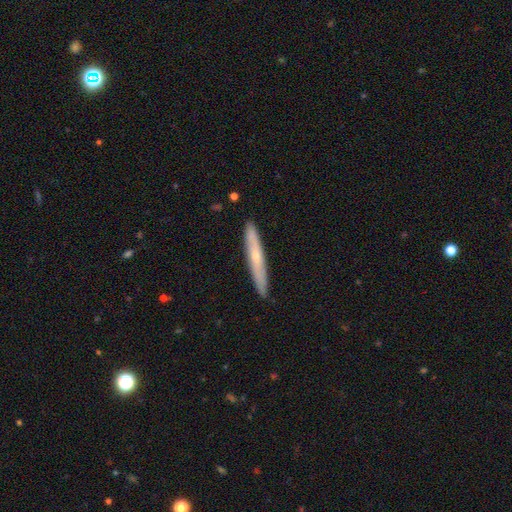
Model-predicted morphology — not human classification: A featured or disk galaxy (48%).

Vote fractions:
- Smooth or featured? featured or disk: 48% / smooth: 46% / star or artifact: 6%
- Merging? none: 89% / minor disturbance: 8% / major disturbance: 1% / merger: 1%